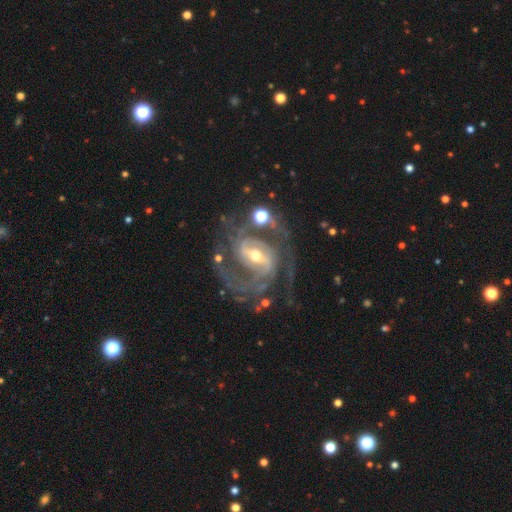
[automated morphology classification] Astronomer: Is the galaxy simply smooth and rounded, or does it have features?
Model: featured or disk — 92%.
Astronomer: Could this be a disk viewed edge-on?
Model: no — 97%.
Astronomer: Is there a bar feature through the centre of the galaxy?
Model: strong — 52% (runner-up: weak, 37%).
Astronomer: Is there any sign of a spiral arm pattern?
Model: yes — 98%.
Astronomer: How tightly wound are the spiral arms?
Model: medium — 50% (runner-up: tight, 37%).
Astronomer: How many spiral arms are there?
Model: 2 — 50%.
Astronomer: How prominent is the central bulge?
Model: moderate — 51% (runner-up: small, 44%).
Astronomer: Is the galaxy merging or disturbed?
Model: none — 61%.